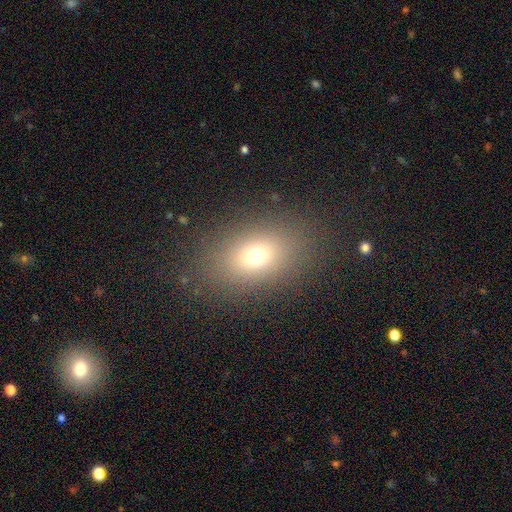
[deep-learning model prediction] Smooth or featured?
  - smooth: 70% *
  - star or artifact: 17%
  - featured or disk: 13%
How rounded?
  - in between: 72% *
  - round: 26%
  - cigar-shaped: 2%
Merging?
  - none: 85% *
  - minor disturbance: 9%
  - major disturbance: 5%
  - merger: 1%